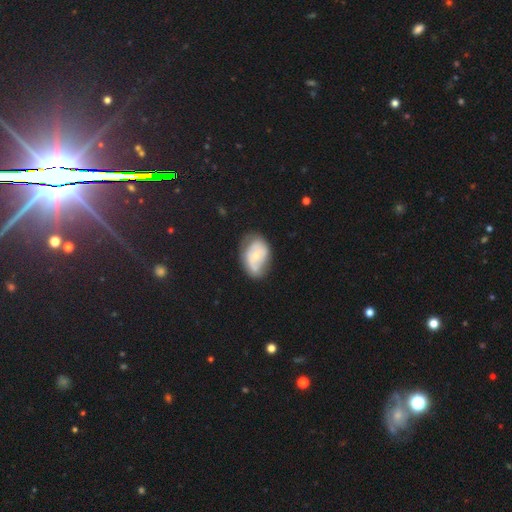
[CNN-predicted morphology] Smooth or featured? Predicted: featured or disk (p=0.52). Edge-on disk? Predicted: no (p=0.96). Bar? Predicted: no (p=0.76). Spiral arms? Predicted: yes (p=0.63). Bulge size? Predicted: small (p=0.59). Merging? Predicted: none (p=0.52).